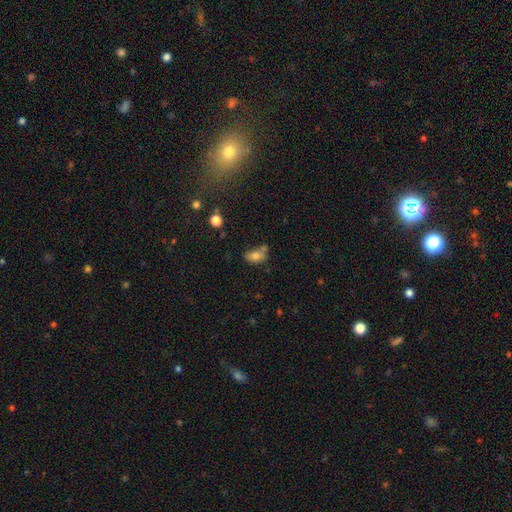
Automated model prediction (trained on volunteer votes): This is likely a smooth galaxy (76%). How rounded: clearly in between (83%). Merging: possibly none (47%).